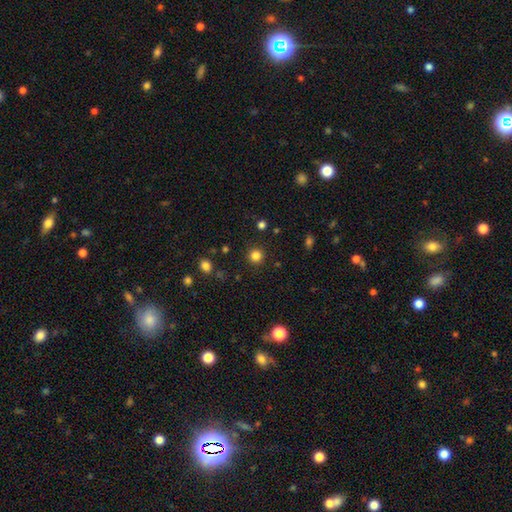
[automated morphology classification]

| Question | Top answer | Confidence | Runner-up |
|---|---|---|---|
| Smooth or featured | smooth | 82% | star or artifact (14%) |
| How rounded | round | 94% | in between (5%) |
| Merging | none | 91% | minor disturbance (6%) |